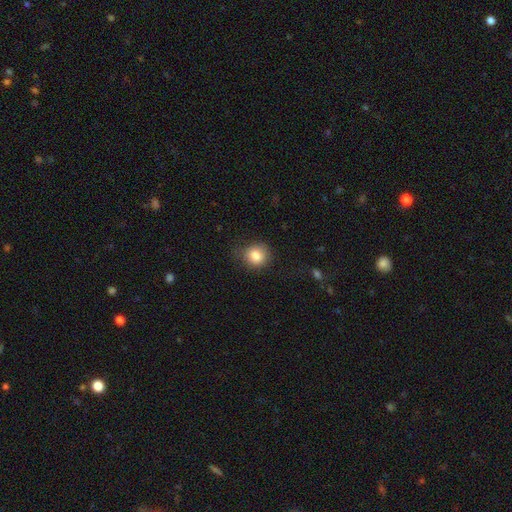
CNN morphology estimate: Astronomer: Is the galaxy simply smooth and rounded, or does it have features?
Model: smooth — 83%.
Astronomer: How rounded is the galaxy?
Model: round — 81%.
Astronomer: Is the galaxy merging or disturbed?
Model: none — 74%.